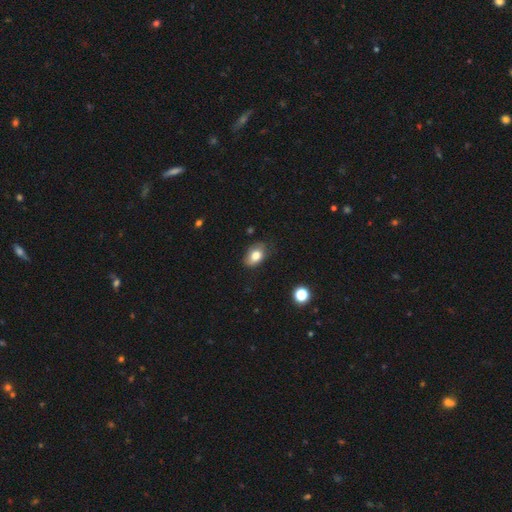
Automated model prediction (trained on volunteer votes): Smooth or featured: smooth — 78% (featured or disk — 14%)
How rounded: in between — 85% (round — 14%)
Merging: none — 65% (minor disturbance — 27%)